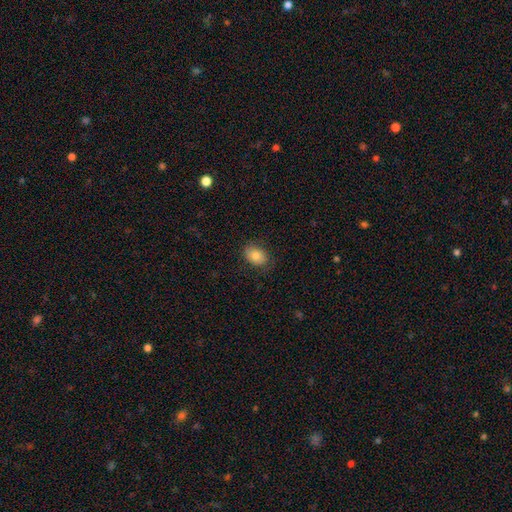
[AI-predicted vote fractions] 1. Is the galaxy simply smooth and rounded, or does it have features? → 82% smooth, 10% featured or disk, 8% star or artifact.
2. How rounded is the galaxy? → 77% in between, 22% round, 1% cigar-shaped.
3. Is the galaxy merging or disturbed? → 80% none, 15% minor disturbance, 4% major disturbance, 1% merger.